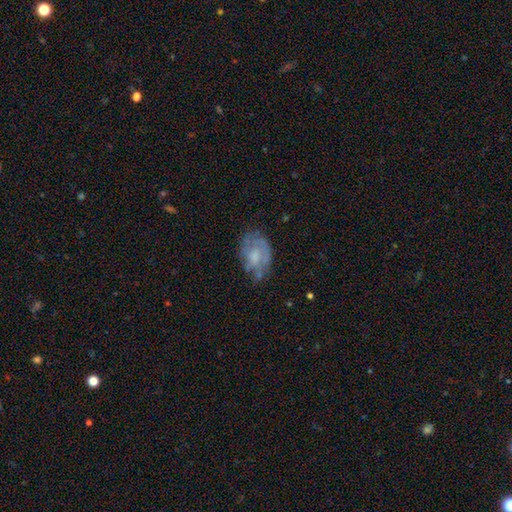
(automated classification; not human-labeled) Q: Smooth or featured?
A: featured or disk (49%); runner-up: smooth (42%)
Q: Merging?
A: none (51%); runner-up: minor disturbance (31%)